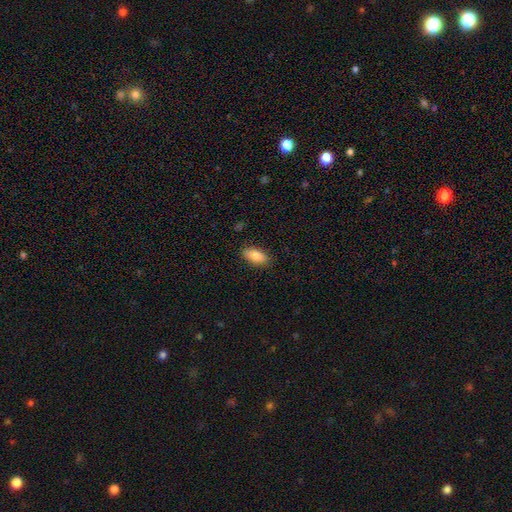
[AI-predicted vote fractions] A smooth galaxy with no disk features (84%) that is in between round and cigar-shaped (90%).

Vote fractions:
- Smooth or featured? smooth: 84% / featured or disk: 9% / star or artifact: 7%
- How rounded? in between: 90% / cigar-shaped: 7% / round: 3%
- Merging? none: 87% / minor disturbance: 10% / major disturbance: 2% / merger: 1%